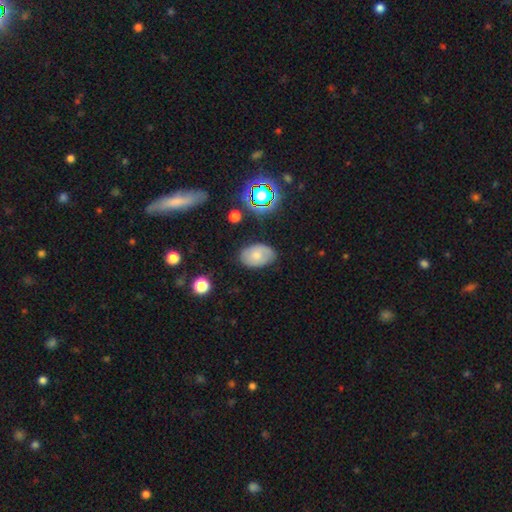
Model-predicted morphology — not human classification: A smooth galaxy with no disk features (66%) that is in between round and cigar-shaped (87%).

Vote fractions:
- Smooth or featured? smooth: 66% / featured or disk: 24% / star or artifact: 10%
- How rounded? in between: 87% / round: 12% / cigar-shaped: 1%
- Merging? none: 78% / minor disturbance: 17% / major disturbance: 4% / merger: 2%